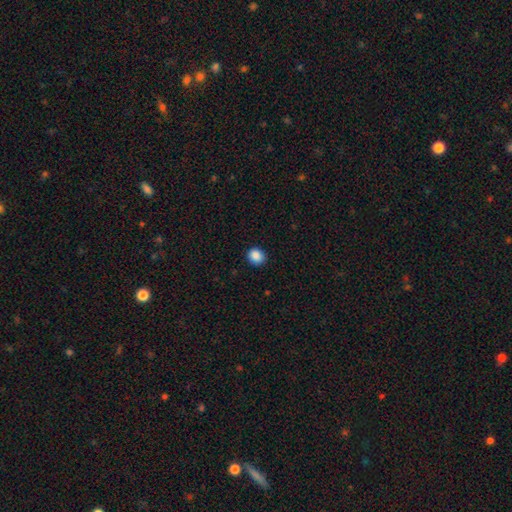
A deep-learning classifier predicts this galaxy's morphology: Overall: smooth (88%). How rounded: round (75%). Merging: none (90%).